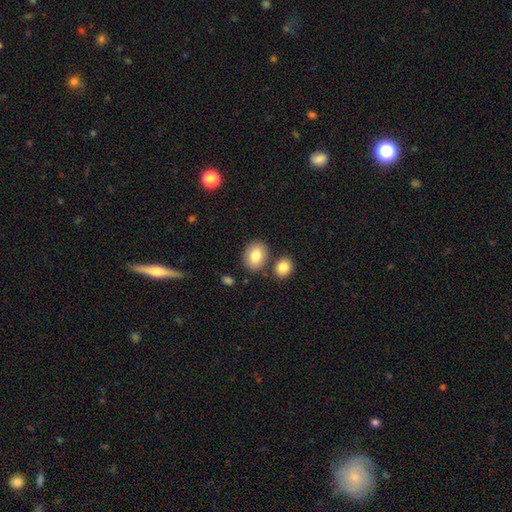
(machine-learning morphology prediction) smooth 83%, featured or disk 10%, star or artifact 7%. Down the decision tree: how rounded — in between (67%); merging — none (75%).